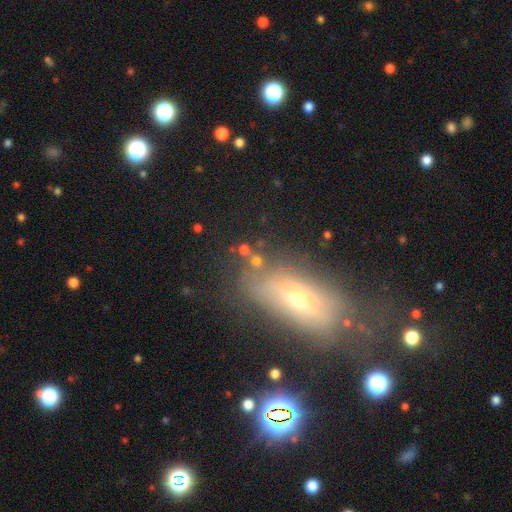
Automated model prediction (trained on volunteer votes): Morphology: type=smooth (47%); merging=none (65%).